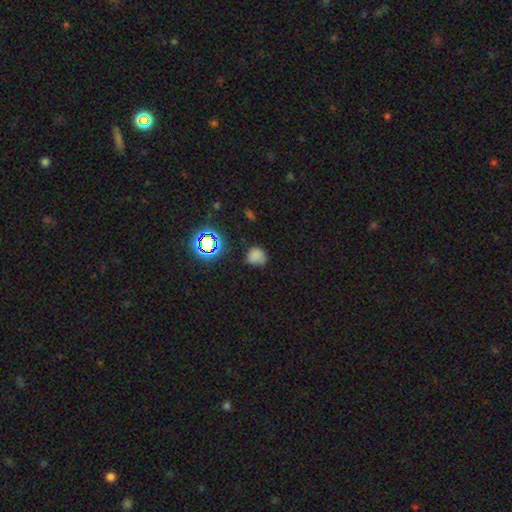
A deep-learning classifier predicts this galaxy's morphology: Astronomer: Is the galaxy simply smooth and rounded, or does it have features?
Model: smooth — 71%.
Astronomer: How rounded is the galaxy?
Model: round — 81%.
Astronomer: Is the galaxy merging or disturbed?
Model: none — 68%.